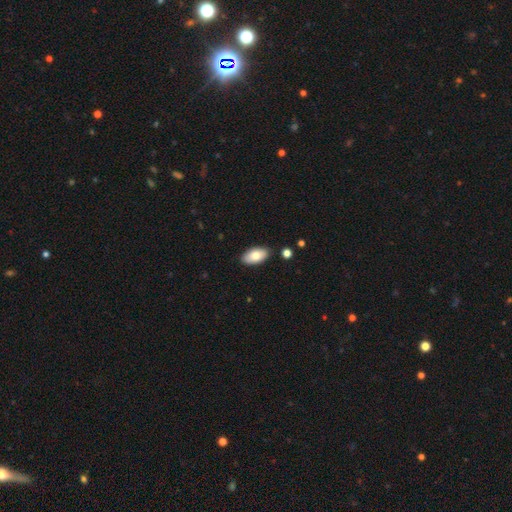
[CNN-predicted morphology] The model was most divided on "smooth or featured": smooth: 80%, featured or disk: 14%, star or artifact: 7%. More confident: how rounded — in between (94%); merging — none (86%).